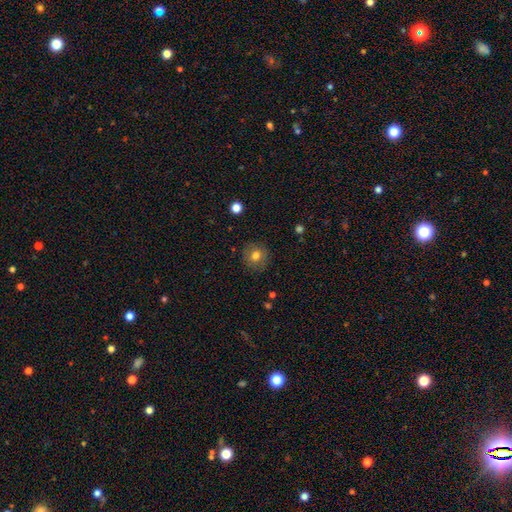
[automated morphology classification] A smooth galaxy with no disk features (75%) that is round (88%).

Vote fractions:
- Smooth or featured? smooth: 75% / featured or disk: 15% / star or artifact: 10%
- How rounded? round: 88% / in between: 11% / cigar-shaped: 1%
- Merging? none: 87% / minor disturbance: 9% / major disturbance: 3% / merger: 1%